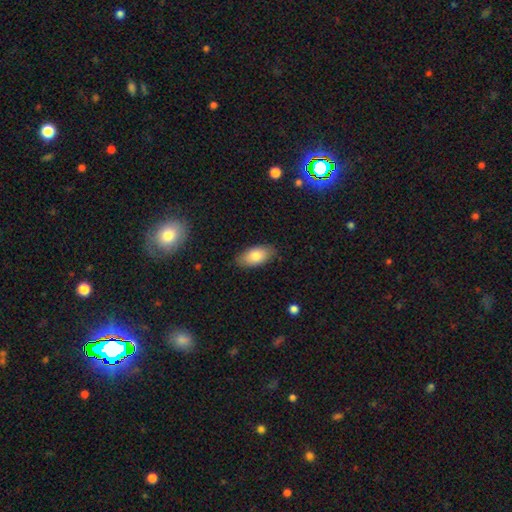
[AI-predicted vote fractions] This appears to be a smooth galaxy with no disk features (81%) that is in between round and cigar-shaped (93%). Merging: none (84%).